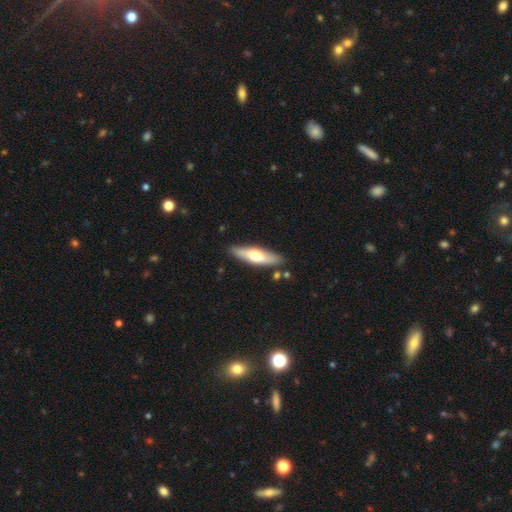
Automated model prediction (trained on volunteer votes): Smooth or featured? Predicted: smooth (p=0.52). How rounded? Predicted: cigar-shaped (p=0.62). Merging? Predicted: none (p=0.84).